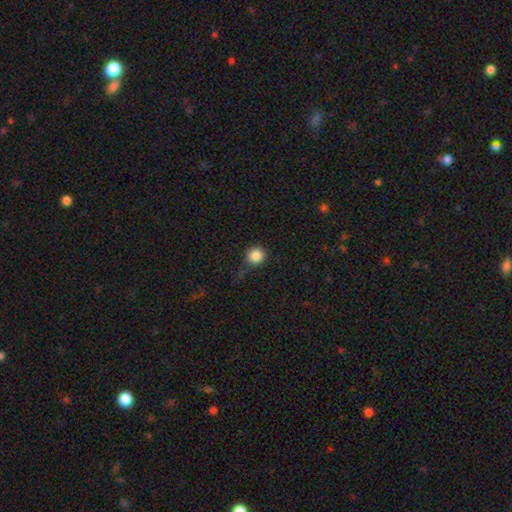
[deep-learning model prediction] Smooth or featured? smooth (86%)
How rounded? round (91%)
Merging? none (73%)